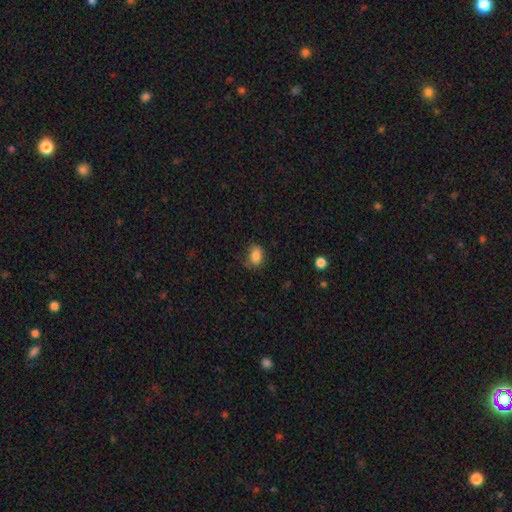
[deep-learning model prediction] A smooth galaxy with no disk features (86%) that is in between round and cigar-shaped (81%). Merging: none (67%).